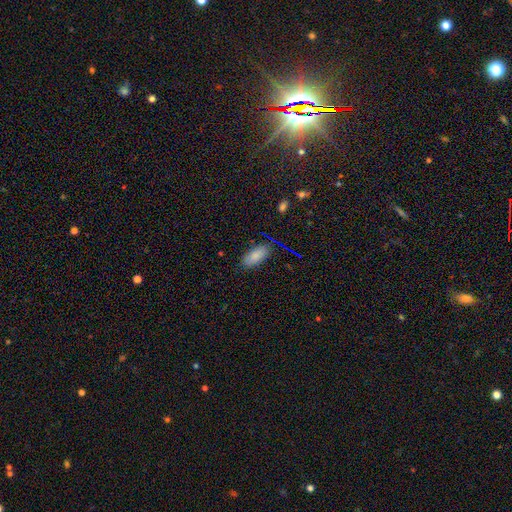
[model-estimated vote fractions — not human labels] This appears to be a smooth galaxy with no disk features (83%) that is in between round and cigar-shaped (87%). Merging: none (82%).